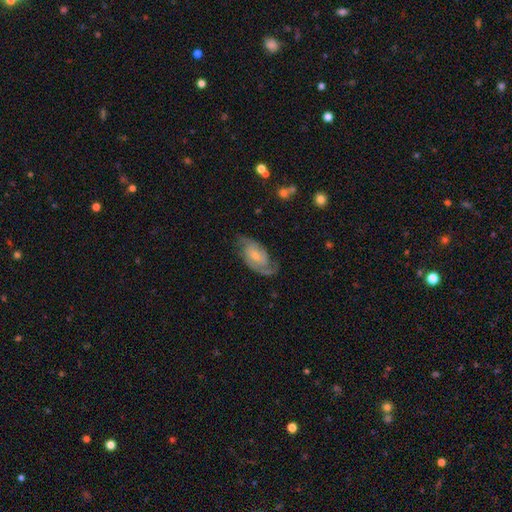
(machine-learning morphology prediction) Smooth or featured? Predicted: featured or disk (p=0.80). Edge-on disk? Predicted: no (p=0.96). Bar? Predicted: no (p=0.48). Spiral arms? Predicted: yes (p=0.95). Spiral winding? Predicted: medium (p=0.47). Spiral arm count? Predicted: 2 (p=0.83). Bulge size? Predicted: small (p=0.55). Merging? Predicted: none (p=0.69).